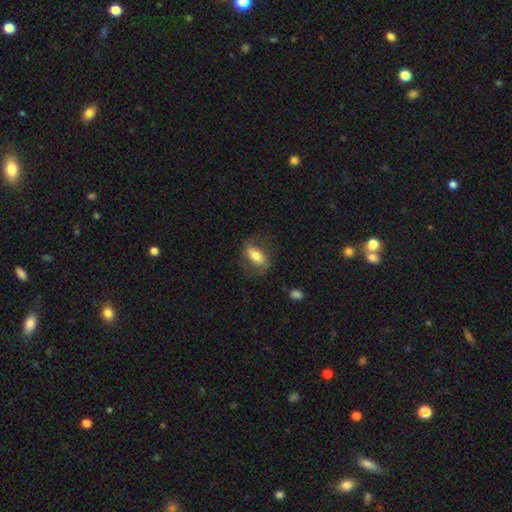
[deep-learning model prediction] smooth 53%, featured or disk 40%, star or artifact 7%. Down the decision tree: how rounded — in between (80%); merging — none (65%).